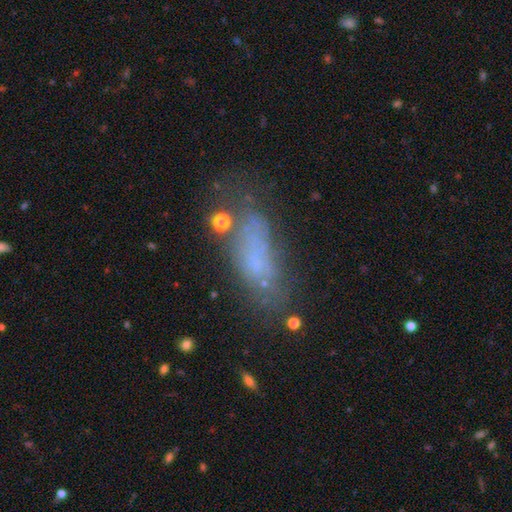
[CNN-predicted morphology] Smooth or featured: smooth — 53% (featured or disk — 30%)
How rounded: in between — 65% (cigar-shaped — 32%)
Merging: none — 43% (minor disturbance — 25%)